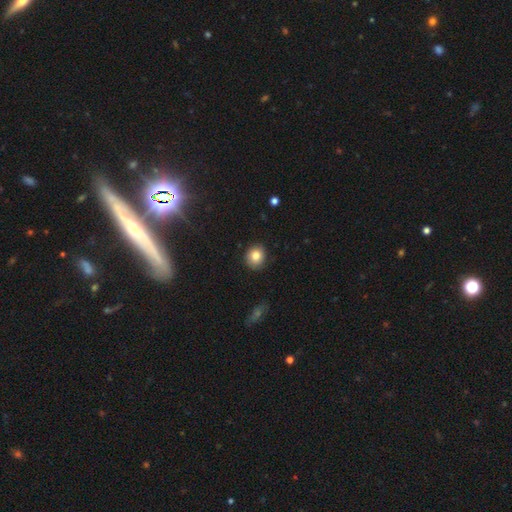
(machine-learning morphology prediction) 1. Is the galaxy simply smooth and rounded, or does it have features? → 83% smooth, 9% star or artifact, 7% featured or disk.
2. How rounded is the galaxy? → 81% round, 18% in between, 1% cigar-shaped.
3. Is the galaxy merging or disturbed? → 86% none, 11% minor disturbance, 2% major disturbance, 1% merger.